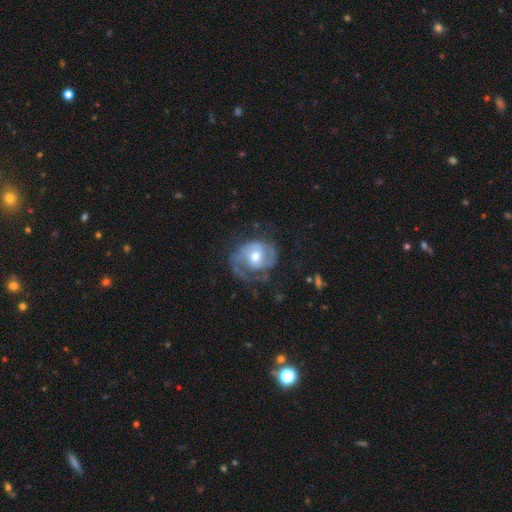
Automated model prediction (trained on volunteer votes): A featured or disk galaxy (72%) with no bar (57%), 2 (51%) medium (41%) spiral arms (82%) and a moderate central bulge (70%). Merging: none (49%).